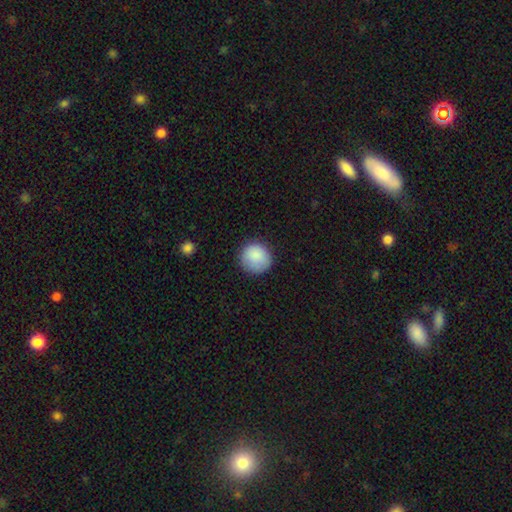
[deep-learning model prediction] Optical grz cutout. It shows a smooth galaxy with no disk features (87%) that is round (91%). Merging: none (84%).